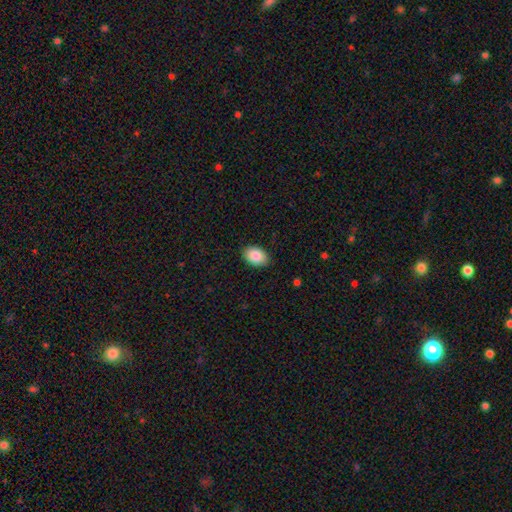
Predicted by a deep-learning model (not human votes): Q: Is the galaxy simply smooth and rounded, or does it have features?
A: smooth — 88%.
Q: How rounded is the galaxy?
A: in between — 85%.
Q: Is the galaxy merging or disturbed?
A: none — 88%.